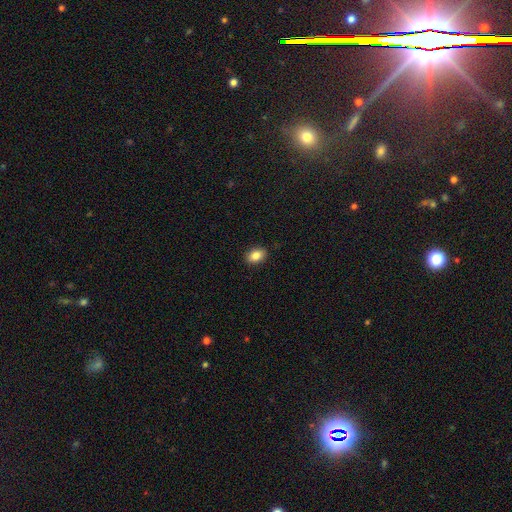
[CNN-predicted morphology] smooth_or_featured: smooth (p=0.86) [alt: star or artifact p=0.08]
how_rounded: in between (p=0.81) [alt: round p=0.18]
merging: none (p=0.90) [alt: minor disturbance p=0.07]